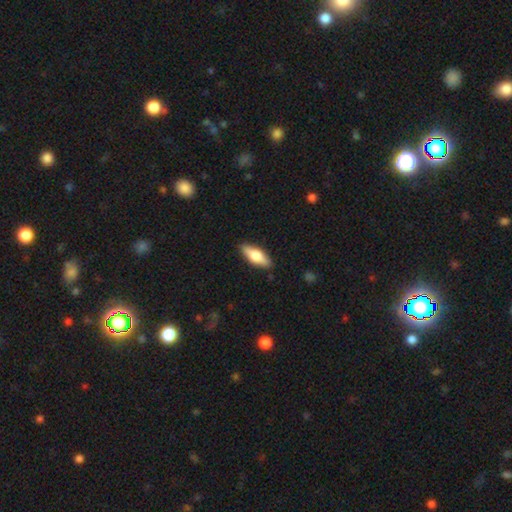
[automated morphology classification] Overall: smooth (59%; featured or disk 35%). How rounded: in between (62%; cigar-shaped 35%). Merging: none (88%).